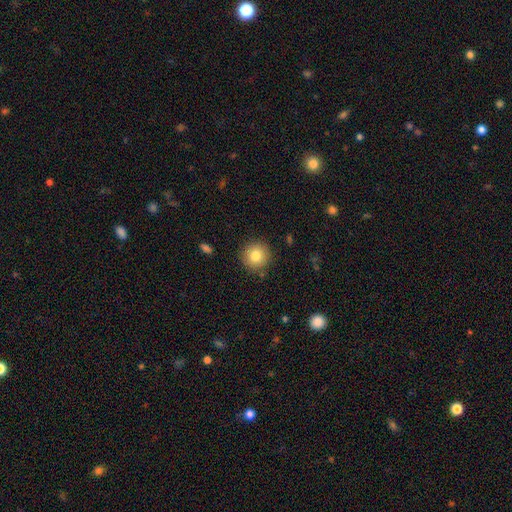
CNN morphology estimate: Smooth or featured: smooth — 81% (star or artifact — 10%)
How rounded: round — 94% (in between — 5%)
Merging: none — 89% (minor disturbance — 8%)